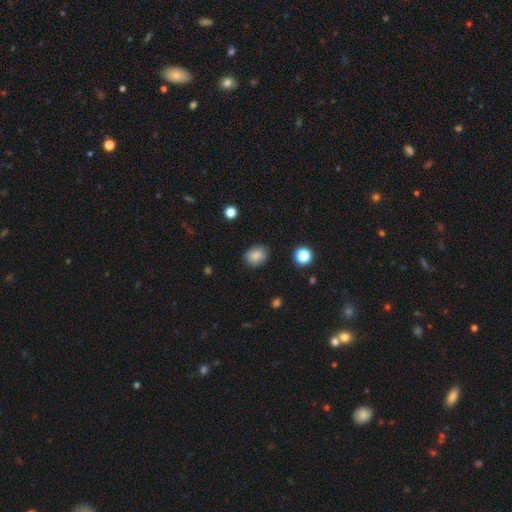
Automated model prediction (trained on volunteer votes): Q: Smooth or featured?
A: smooth (85%); runner-up: star or artifact (10%)
Q: How rounded?
A: round (54%); runner-up: in between (45%)
Q: Merging?
A: none (81%); runner-up: minor disturbance (14%)